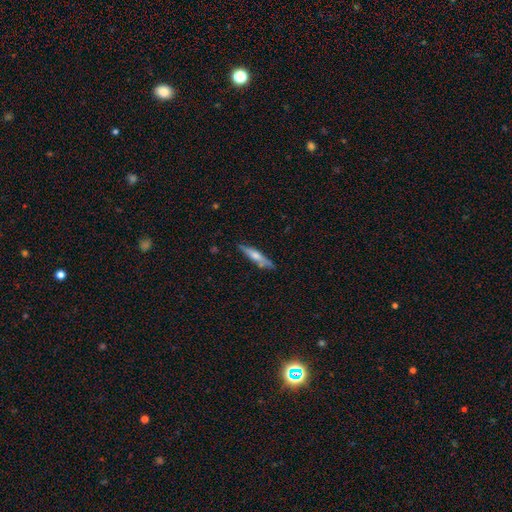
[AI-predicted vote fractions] smooth 49%, featured or disk 45%, star or artifact 6%. Down the decision tree: merging — none (76%).